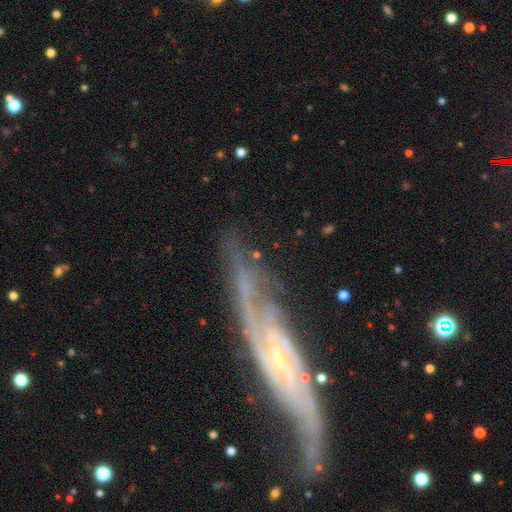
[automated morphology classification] A featured or disk galaxy (69%) with no bar (43%), spiral arms (74%) and a small central bulge (43%). Merging: none (54%).